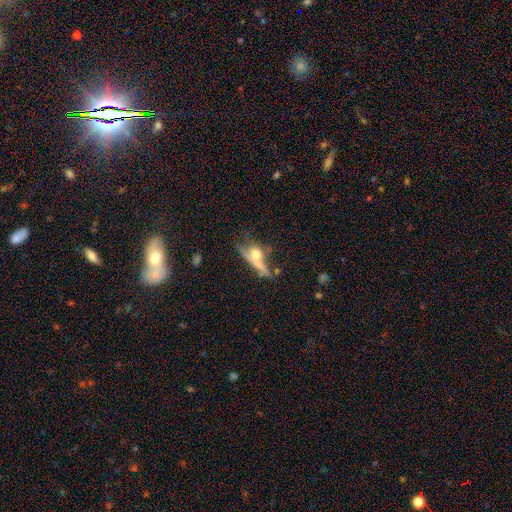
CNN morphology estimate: Smooth or featured? smooth (50%)
Merging? none (39%)